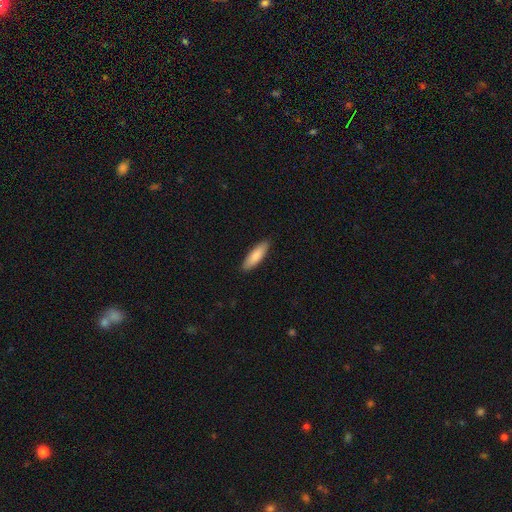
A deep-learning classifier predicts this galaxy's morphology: This appears to be a smooth galaxy with no disk features (85%) that is cigar-shaped (55%). Merging: none (90%).